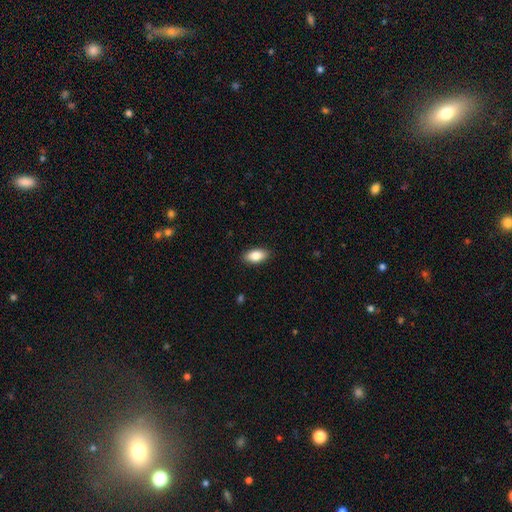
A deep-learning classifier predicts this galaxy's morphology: Smooth or featured: smooth — 84% (featured or disk — 9%)
How rounded: in between — 91% (cigar-shaped — 5%)
Merging: none — 89% (minor disturbance — 8%)